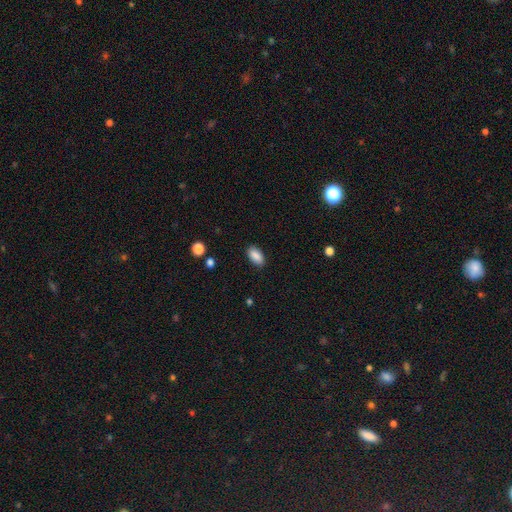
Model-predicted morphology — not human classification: Overall: smooth (88%). How rounded: in between (92%). Merging: none (87%).